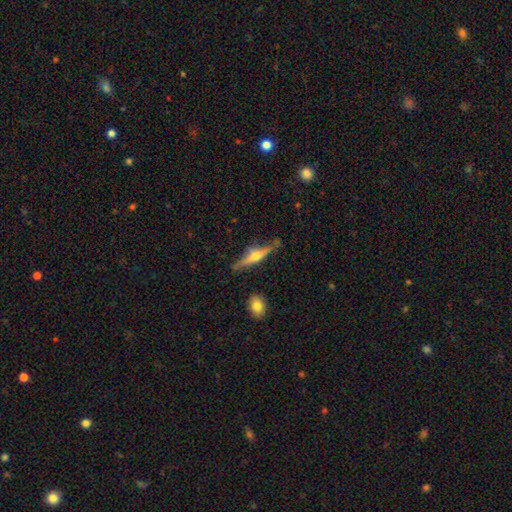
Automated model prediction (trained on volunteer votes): A featured or disk galaxy (71%) viewed edge-on (95%) with a rounded central bulge (90%).

Vote fractions:
- Smooth or featured? featured or disk: 71% / smooth: 22% / star or artifact: 7%
- Edge-on disk? yes: 95% / no: 5%
- Edge-on bulge? rounded: 90% / boxy: 7% / none: 3%
- Merging? none: 75% / minor disturbance: 16% / major disturbance: 5% / merger: 4%